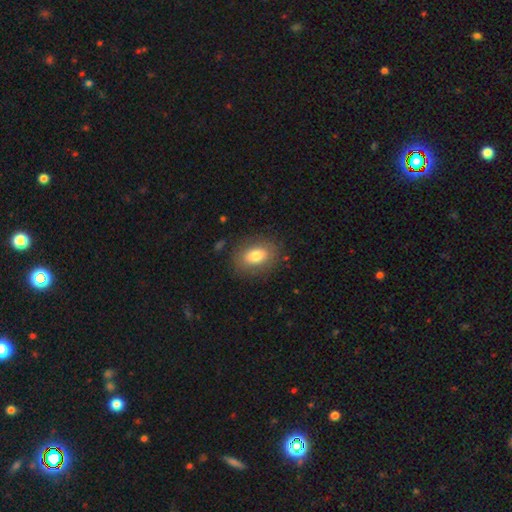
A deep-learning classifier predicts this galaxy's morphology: Smooth or featured: smooth — 78% (featured or disk — 14%)
How rounded: in between — 80% (round — 18%)
Merging: none — 84% (minor disturbance — 11%)